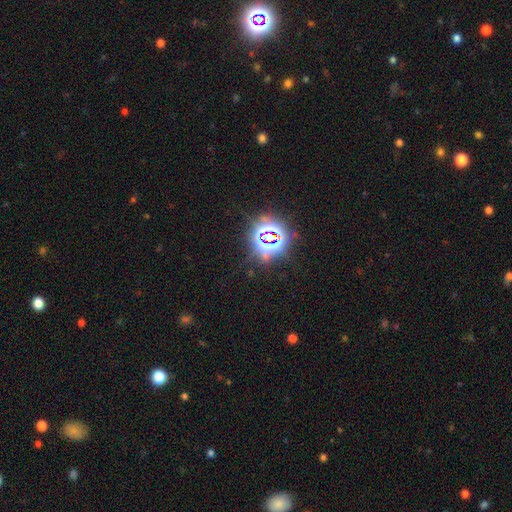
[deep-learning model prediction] star or artifact 81%, smooth 13%, featured or disk 6%.